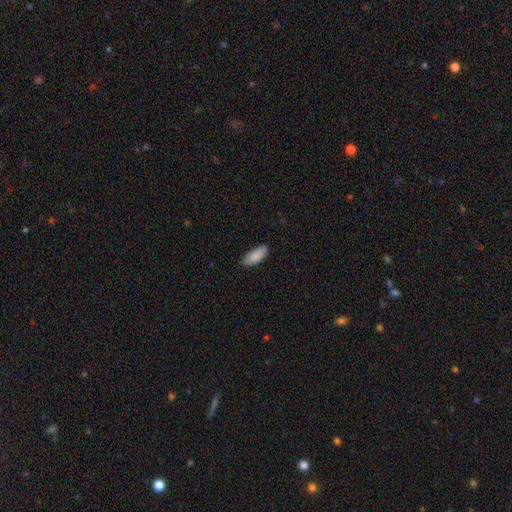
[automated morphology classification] A smooth galaxy with no disk features (89%) that is in between round and cigar-shaped (80%). Merging: none (83%).